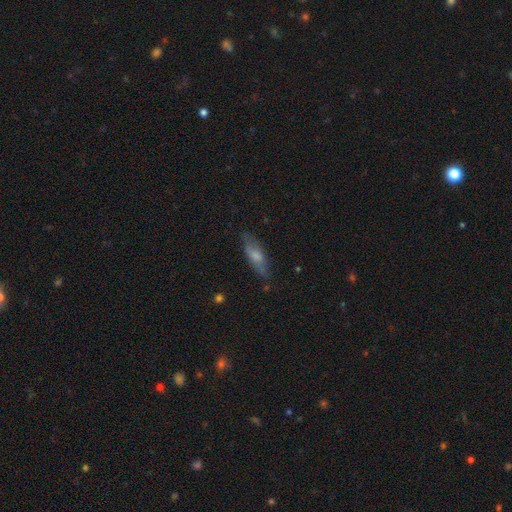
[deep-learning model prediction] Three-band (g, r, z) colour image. It shows a smooth galaxy with no disk features (59%) that is in between round and cigar-shaped (51%). Merging: none (75%).